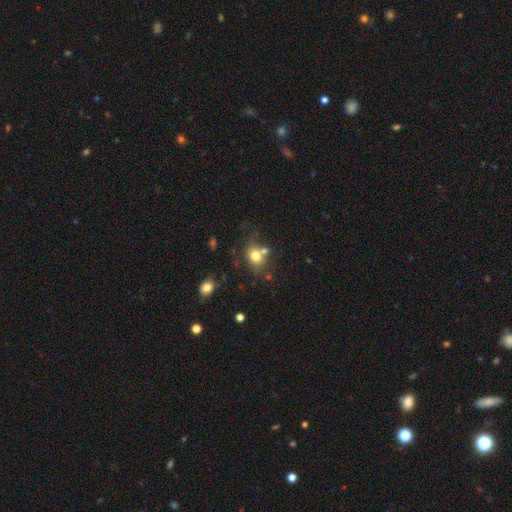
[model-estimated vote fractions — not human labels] Morphology: type=smooth (75%); roundness=round (56%); merging=none (53%).